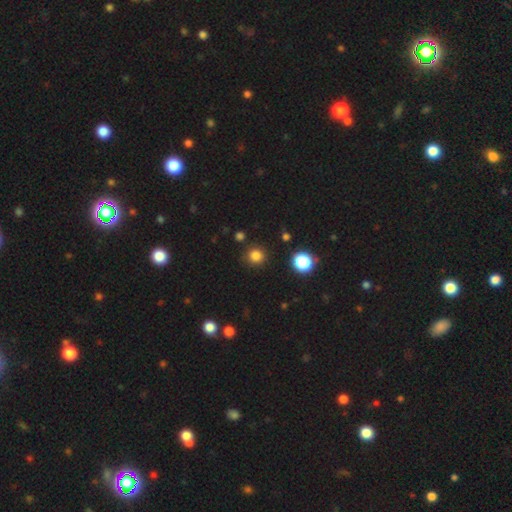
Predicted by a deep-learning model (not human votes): smooth_or_featured: smooth (p=0.81) [alt: star or artifact p=0.15]
how_rounded: round (p=0.92) [alt: in between p=0.07]
merging: none (p=0.87) [alt: minor disturbance p=0.08]